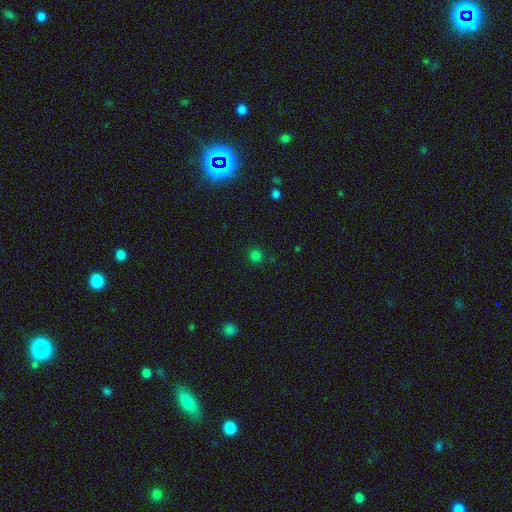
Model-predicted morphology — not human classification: Smooth or featured? smooth (77%)
How rounded? round (92%)
Merging? none (90%)